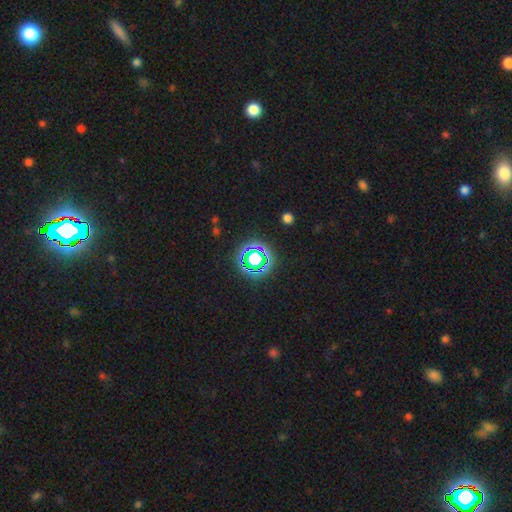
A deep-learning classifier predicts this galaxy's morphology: Smooth or featured? Predicted: star or artifact (p=0.67).